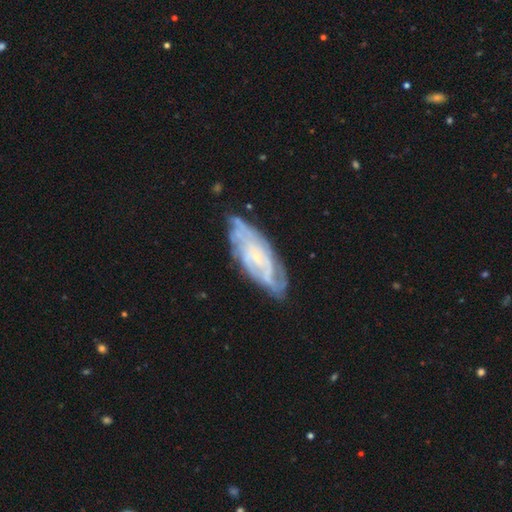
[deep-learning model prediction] Overall: featured or disk (79%). Edge-on disk: no (87%). Bar: no (66%; weak 27%). Spiral arms: yes (92%). Spiral arm count: can't tell (47%; 2 17%). Spiral winding: tight (65%; medium 28%). Bulge size: small (75%). Merging: none (72%).